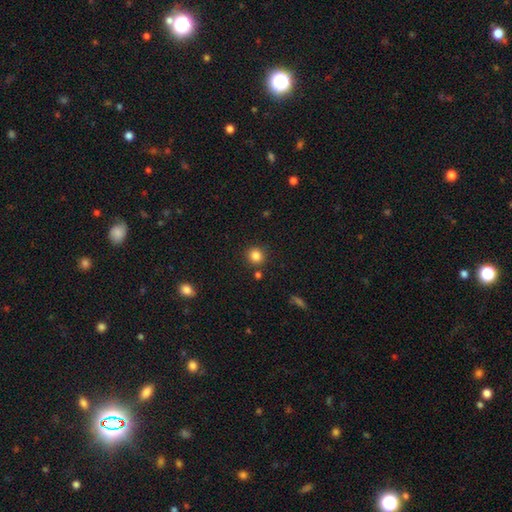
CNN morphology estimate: Smooth or featured? smooth (84%)
How rounded? round (89%)
Merging? none (85%)